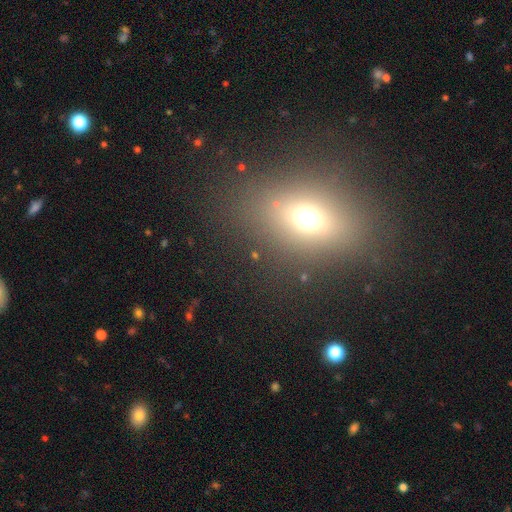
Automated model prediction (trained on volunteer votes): Smooth or featured: smooth — 54% (star or artifact — 31%)
How rounded: in between — 54% (round — 42%)
Merging: none — 80% (minor disturbance — 10%)